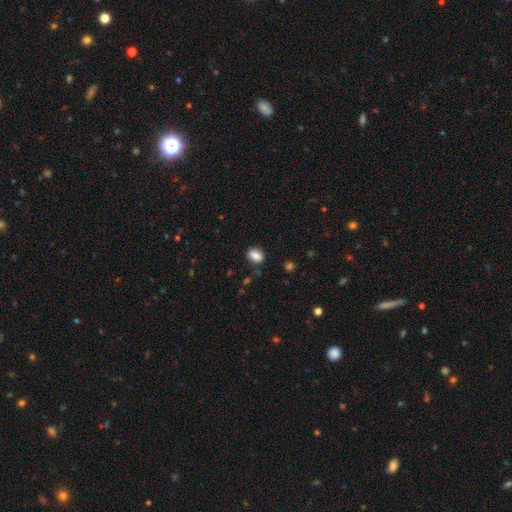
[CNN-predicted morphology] A smooth galaxy with no disk features (85%) that is in between round and cigar-shaped (69%).

Vote fractions:
- Smooth or featured? smooth: 85% / star or artifact: 9% / featured or disk: 6%
- How rounded? in between: 69% / round: 29% / cigar-shaped: 2%
- Merging? none: 81% / minor disturbance: 13% / major disturbance: 3% / merger: 2%